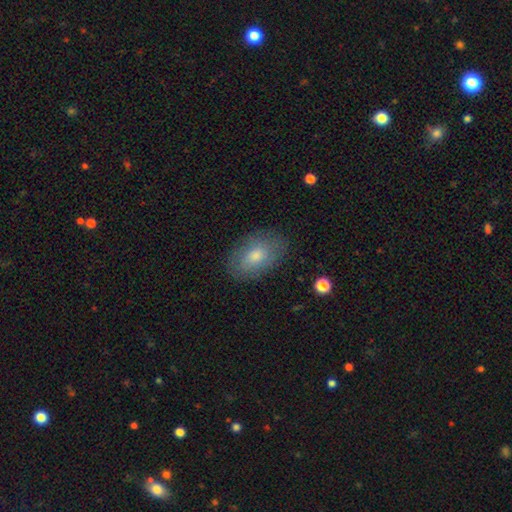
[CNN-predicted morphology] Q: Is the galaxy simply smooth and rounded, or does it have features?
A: smooth — 67%.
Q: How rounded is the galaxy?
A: in between — 89%.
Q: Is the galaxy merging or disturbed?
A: none — 83%.